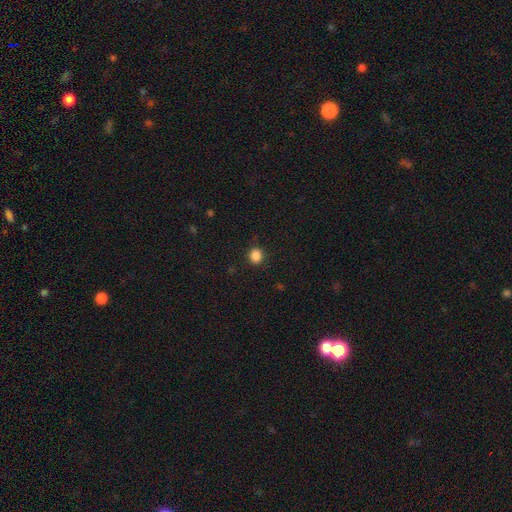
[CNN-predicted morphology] A smooth galaxy with no disk features (86%) that is round (80%). Merging: none (89%).